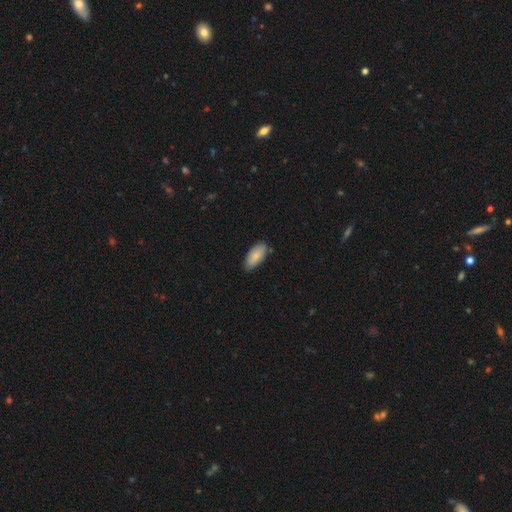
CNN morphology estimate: A smooth galaxy with no disk features (87%) that is in between round and cigar-shaped (88%).

Vote fractions:
- Smooth or featured? smooth: 87% / featured or disk: 7% / star or artifact: 6%
- How rounded? in between: 88% / cigar-shaped: 10% / round: 2%
- Merging? none: 80% / minor disturbance: 16% / major disturbance: 2% / merger: 2%